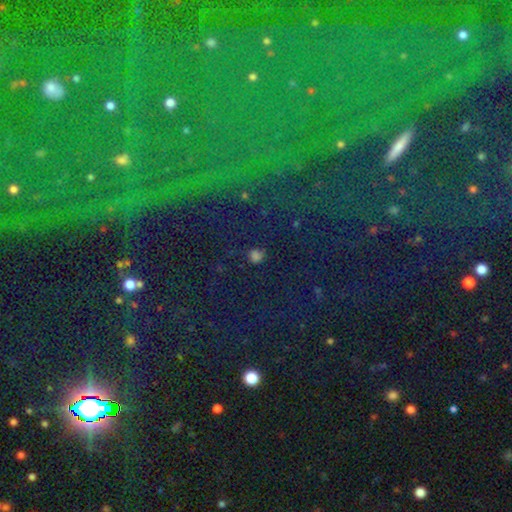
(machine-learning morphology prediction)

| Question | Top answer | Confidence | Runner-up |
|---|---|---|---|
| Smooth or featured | smooth | 57% | star or artifact (36%) |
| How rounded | round | 74% | in between (24%) |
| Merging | none | 79% | minor disturbance (12%) |